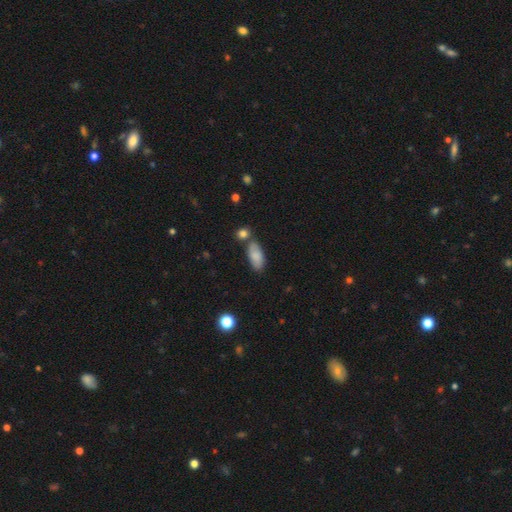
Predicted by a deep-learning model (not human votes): A smooth galaxy with no disk features (83%) that is in between round and cigar-shaped (86%). Merging: none (68%).